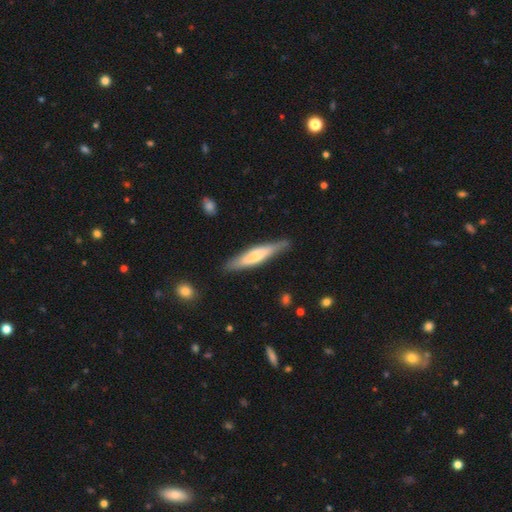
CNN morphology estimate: Smooth or featured? smooth (51%)
How rounded? cigar-shaped (87%)
Merging? none (82%)